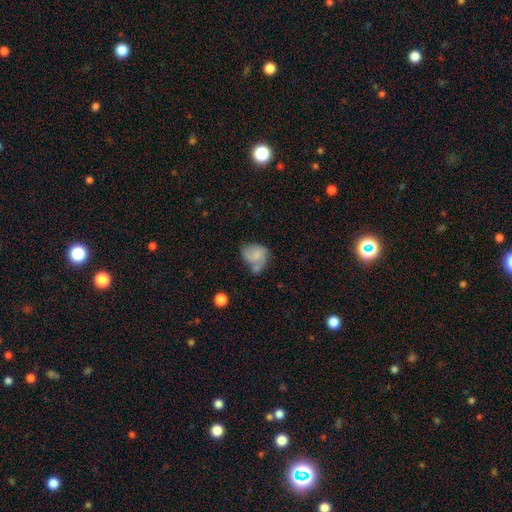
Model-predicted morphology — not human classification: Overall: smooth (59%; featured or disk 32%). How rounded: round (52%; in between 47%). Merging: none (32%; merger 28%).